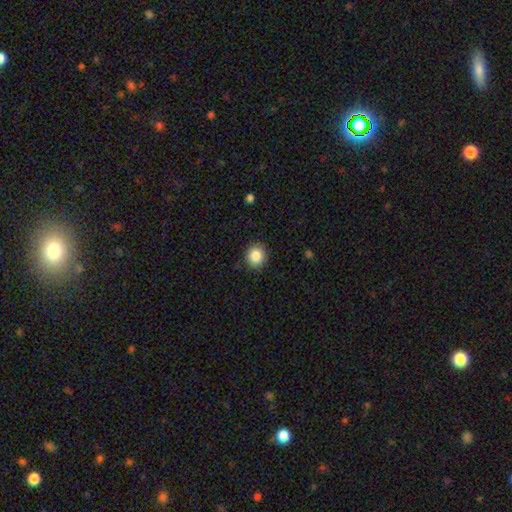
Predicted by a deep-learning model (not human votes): Smooth or featured?
  - smooth: 85% *
  - star or artifact: 10%
  - featured or disk: 5%
How rounded?
  - round: 87% *
  - in between: 12%
  - cigar-shaped: 1%
Merging?
  - none: 90% *
  - minor disturbance: 7%
  - major disturbance: 2%
  - merger: 1%